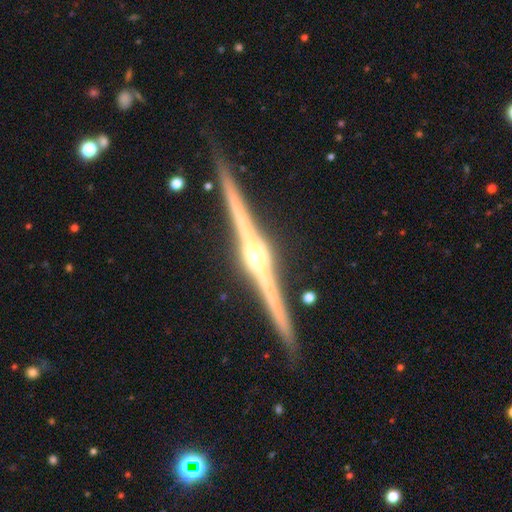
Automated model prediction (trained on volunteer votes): smooth-or-featured: featured or disk: 91% | star or artifact: 4% | smooth: 4%
  disk-edge-on: yes: 99% | no: 1%
    edge-on-bulge: rounded: 87% | boxy: 8% | none: 5%
  merging: none: 91% | minor disturbance: 6% | merger: 1% | major disturbance: 1%